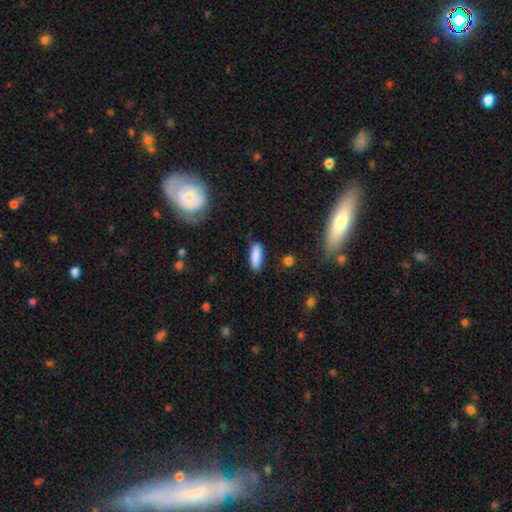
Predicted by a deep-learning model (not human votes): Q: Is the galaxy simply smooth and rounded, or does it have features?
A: smooth — 87%.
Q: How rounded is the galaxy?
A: in between — 65%.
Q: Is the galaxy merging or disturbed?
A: none — 81%.